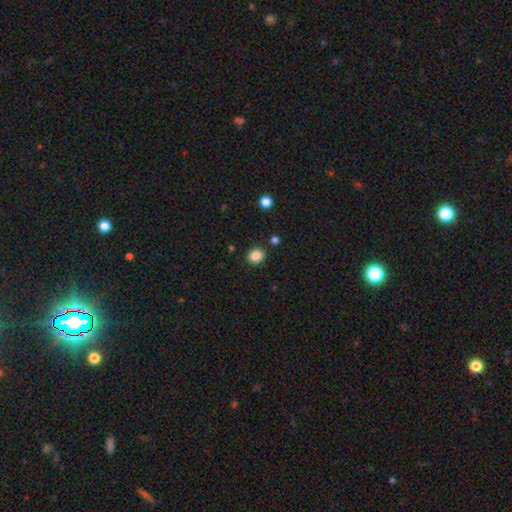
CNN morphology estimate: type=smooth (86%); roundness=round (68%); merging=none (87%).